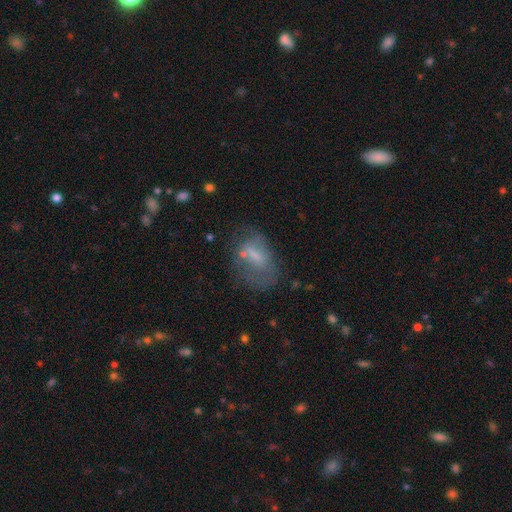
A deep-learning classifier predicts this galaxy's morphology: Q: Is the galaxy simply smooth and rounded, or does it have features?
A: smooth — 50%.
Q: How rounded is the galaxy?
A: in between — 84%.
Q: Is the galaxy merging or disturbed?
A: none — 40%.